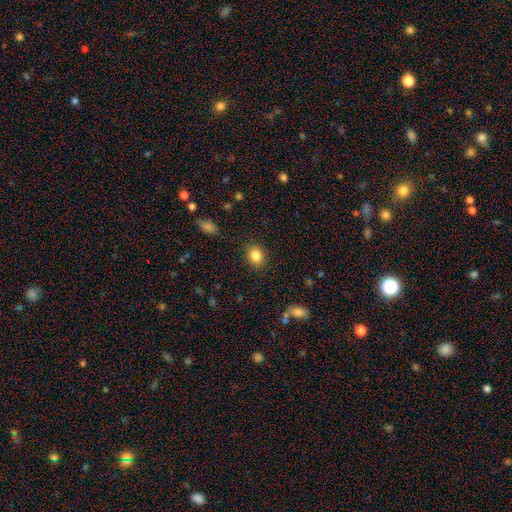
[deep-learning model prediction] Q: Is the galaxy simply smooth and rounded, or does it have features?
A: smooth — 84%.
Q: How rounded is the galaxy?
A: in between — 56%.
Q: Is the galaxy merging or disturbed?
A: none — 87%.